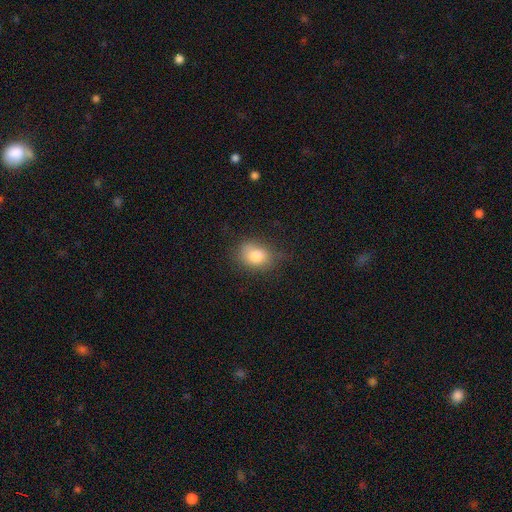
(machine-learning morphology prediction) This is clearly a smooth galaxy (81%). How rounded: likely in between (62%). Merging: likely none (66%).